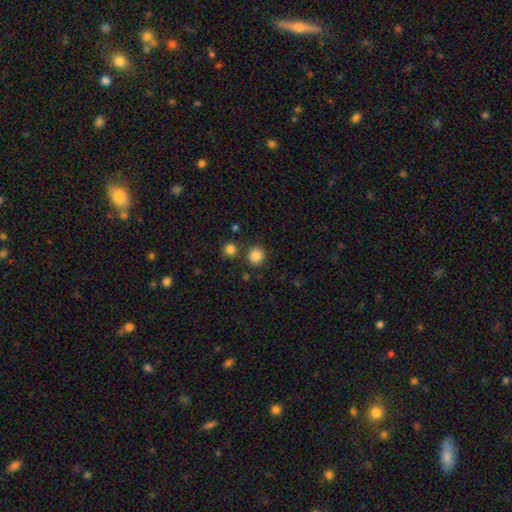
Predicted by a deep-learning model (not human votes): A smooth galaxy with no disk features (85%) that is round (91%).

Vote fractions:
- Smooth or featured? smooth: 85% / star or artifact: 11% / featured or disk: 4%
- How rounded? round: 91% / in between: 8% / cigar-shaped: 1%
- Merging? none: 84% / minor disturbance: 7% / merger: 7% / major disturbance: 3%